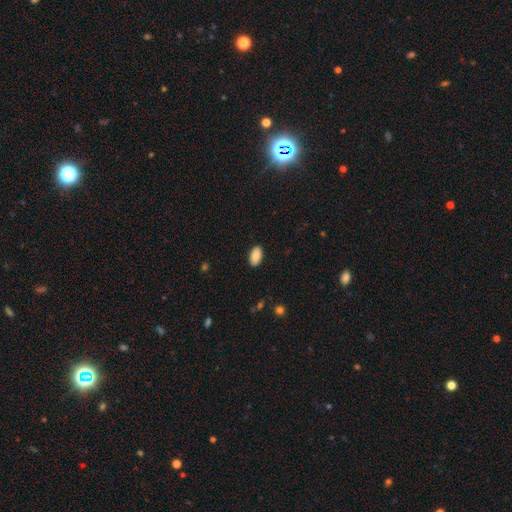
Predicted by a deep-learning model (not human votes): Smooth or featured?
  - smooth: 89% *
  - star or artifact: 7%
  - featured or disk: 5%
How rounded?
  - in between: 95% *
  - round: 3%
  - cigar-shaped: 2%
Merging?
  - none: 89% *
  - minor disturbance: 8%
  - major disturbance: 2%
  - merger: 1%